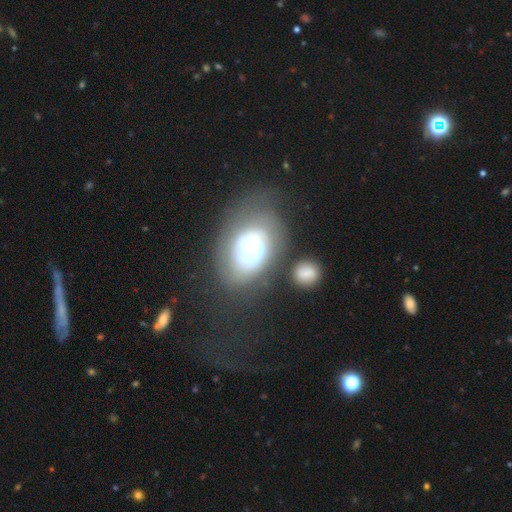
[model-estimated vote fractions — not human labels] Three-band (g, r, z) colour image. It shows a featured or disk galaxy (52%). Merging: none (39%).